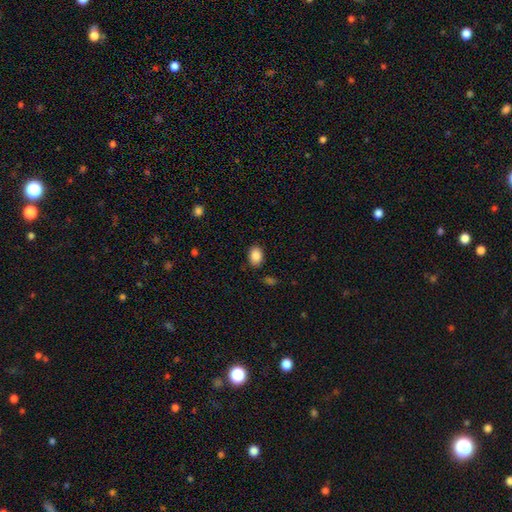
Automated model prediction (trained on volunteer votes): Smooth or featured: smooth — 87% (star or artifact — 8%)
How rounded: in between — 73% (round — 26%)
Merging: none — 84% (minor disturbance — 12%)